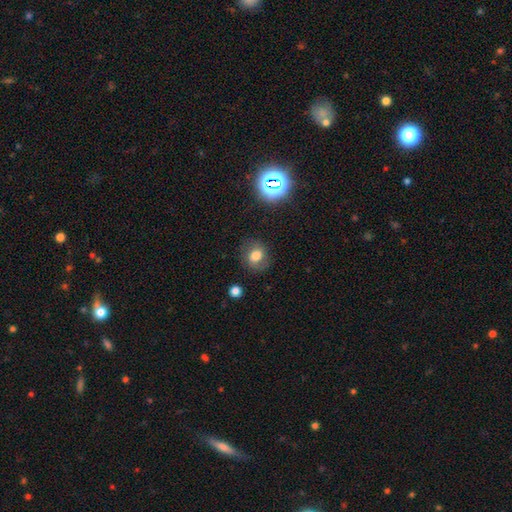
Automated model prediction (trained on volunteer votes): A smooth galaxy with no disk features (68%) that is round (64%). Merging: none (78%).